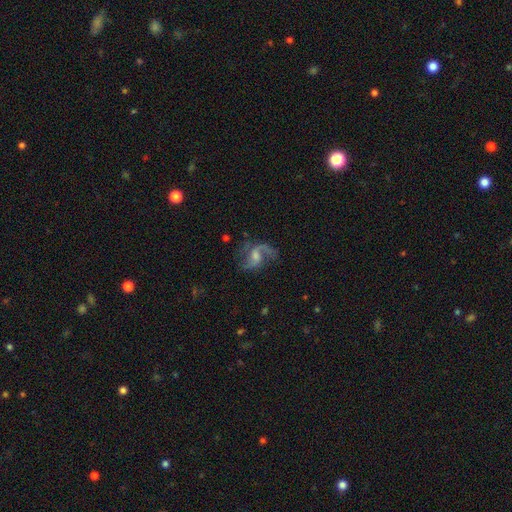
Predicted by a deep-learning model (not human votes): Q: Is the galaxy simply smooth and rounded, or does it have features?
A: featured or disk — 80%.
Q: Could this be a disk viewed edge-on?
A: no — 98%.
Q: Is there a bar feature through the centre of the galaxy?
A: weak — 46%.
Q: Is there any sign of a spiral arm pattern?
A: yes — 93%.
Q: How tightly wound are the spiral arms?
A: loose — 59%.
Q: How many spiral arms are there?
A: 2 — 77%.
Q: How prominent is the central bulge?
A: moderate — 42%.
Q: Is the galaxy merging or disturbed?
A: none — 55%.